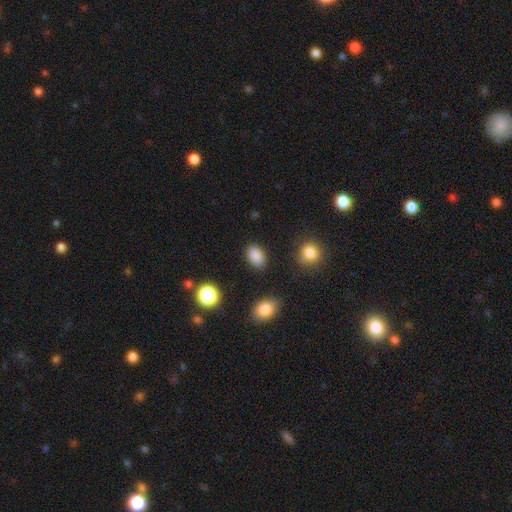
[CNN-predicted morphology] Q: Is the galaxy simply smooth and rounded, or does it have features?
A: smooth — 87%.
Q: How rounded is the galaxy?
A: in between — 85%.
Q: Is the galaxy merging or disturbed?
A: none — 86%.